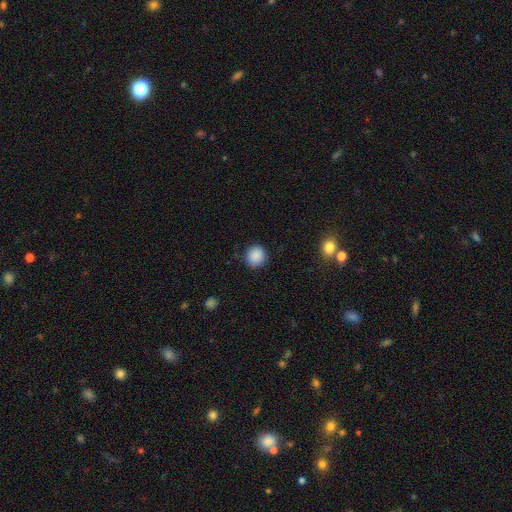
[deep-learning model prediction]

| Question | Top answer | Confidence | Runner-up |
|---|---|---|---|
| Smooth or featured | smooth | 88% | star or artifact (9%) |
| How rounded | round | 89% | in between (10%) |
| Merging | none | 89% | minor disturbance (7%) |